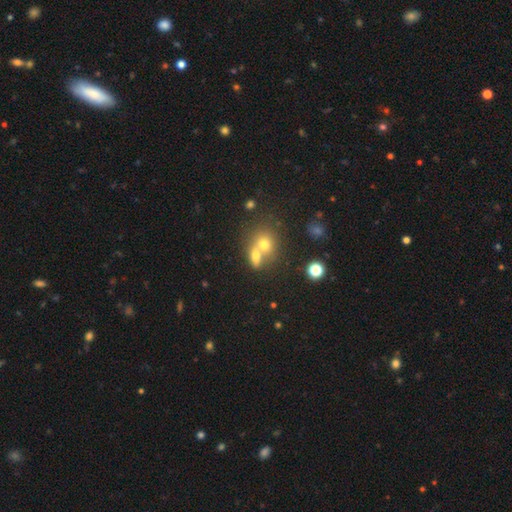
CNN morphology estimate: A smooth galaxy with no disk features (69%) that is in between round and cigar-shaped (58%).

Vote fractions:
- Smooth or featured? smooth: 69% / featured or disk: 18% / star or artifact: 13%
- How rounded? in between: 58% / round: 39% / cigar-shaped: 4%
- Merging? merger: 62% / none: 27% / minor disturbance: 7% / major disturbance: 4%